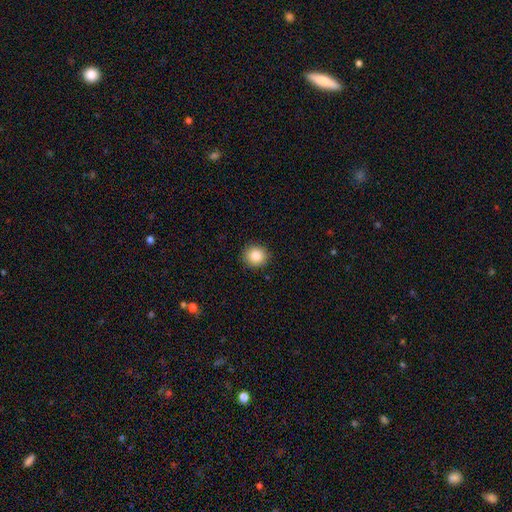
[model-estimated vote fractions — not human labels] Smooth or featured?
  - smooth: 85% *
  - star or artifact: 9%
  - featured or disk: 6%
How rounded?
  - round: 88% *
  - in between: 11%
  - cigar-shaped: 1%
Merging?
  - none: 92% *
  - minor disturbance: 6%
  - major disturbance: 2%
  - merger: 1%